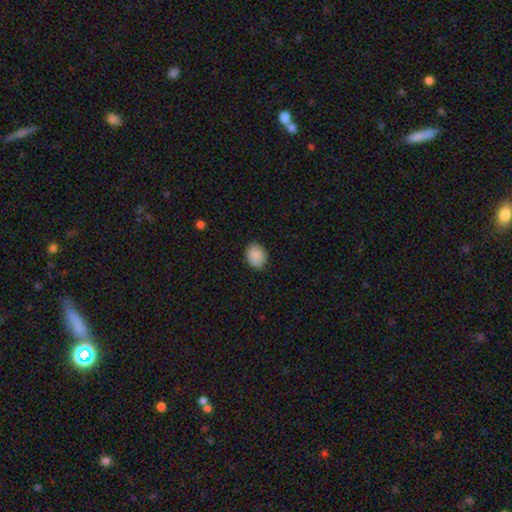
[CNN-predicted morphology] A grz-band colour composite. It shows a smooth galaxy with no disk features (89%) that is in between round and cigar-shaped (54%). Merging: none (86%).